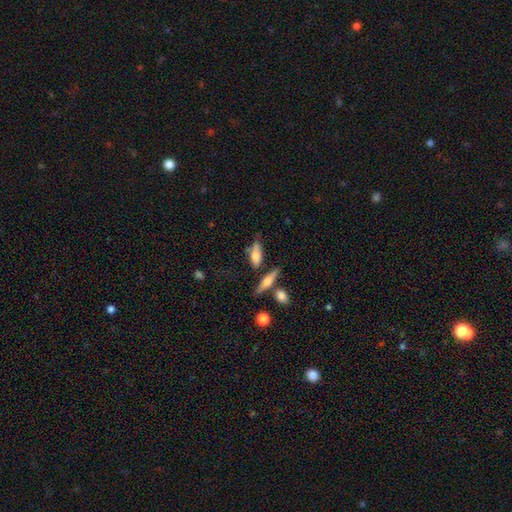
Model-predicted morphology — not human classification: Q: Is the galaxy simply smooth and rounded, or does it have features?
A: smooth — 62%.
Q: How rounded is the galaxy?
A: in between — 62%.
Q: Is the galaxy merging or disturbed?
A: none — 60%.